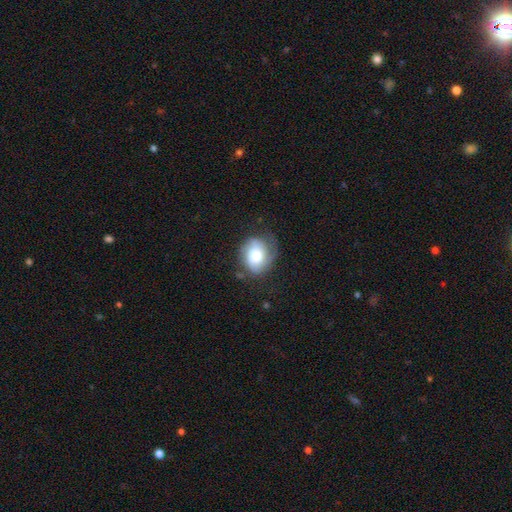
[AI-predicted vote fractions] A featured or disk galaxy (47%).

Vote fractions:
- Smooth or featured? featured or disk: 47% / smooth: 45% / star or artifact: 8%
- Merging? none: 57% / minor disturbance: 27% / major disturbance: 14% / merger: 2%